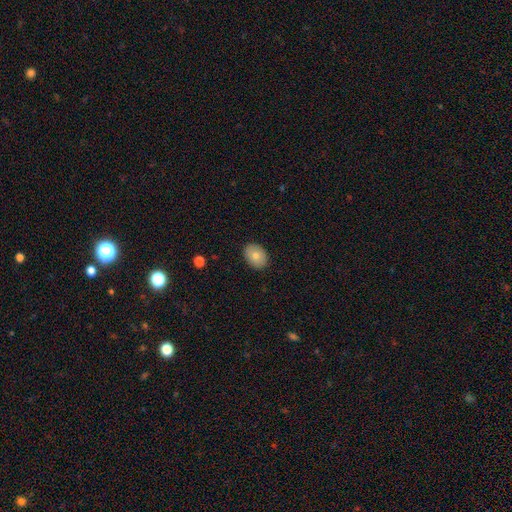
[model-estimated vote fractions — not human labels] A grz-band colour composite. It shows a smooth galaxy with no disk features (77%) that is in between round and cigar-shaped (69%). Merging: none (89%).